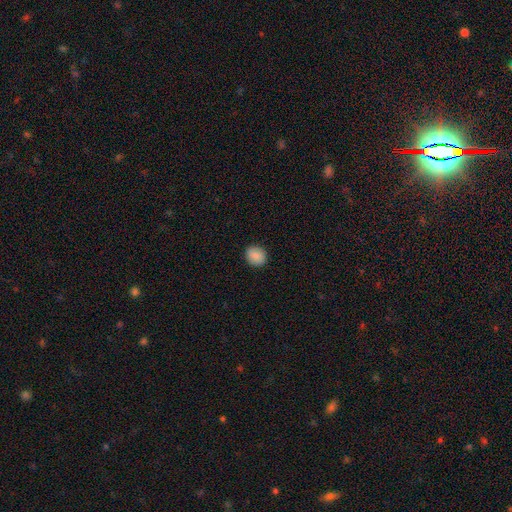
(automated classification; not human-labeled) This is clearly a smooth galaxy (89%). How rounded: likely round (75%). Merging: clearly none (90%).